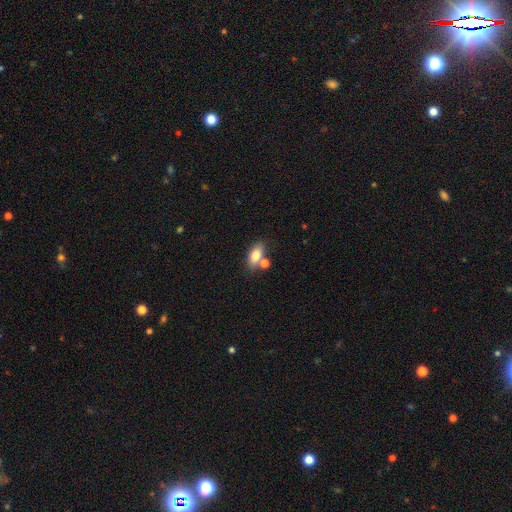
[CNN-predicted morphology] A smooth galaxy with no disk features (78%) that is in between round and cigar-shaped (85%). Merging: none (58%).